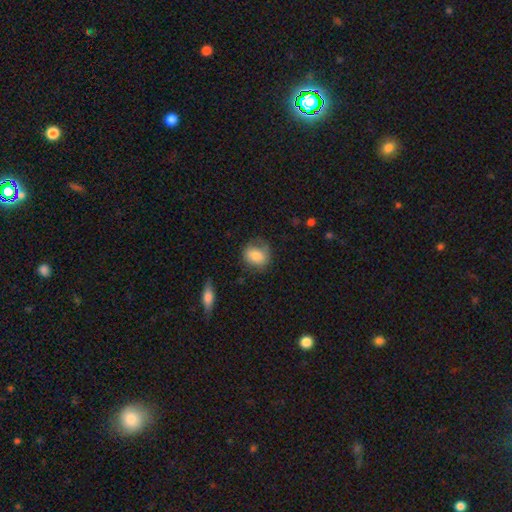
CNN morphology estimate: This appears to be a smooth galaxy with no disk features (79%) that is round (61%). Merging: none (60%).